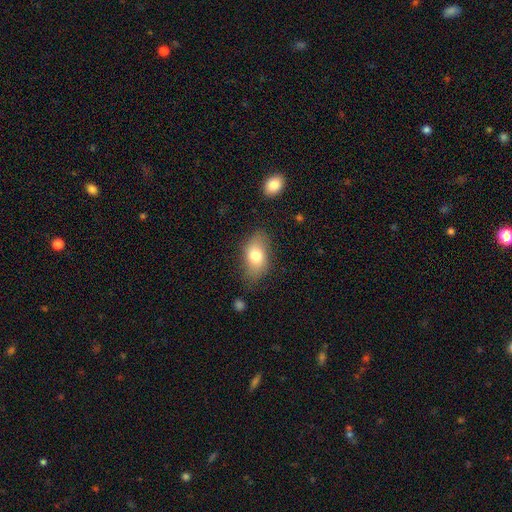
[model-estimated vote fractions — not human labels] This appears to be a smooth galaxy with no disk features (75%) that is in between round and cigar-shaped (89%). Merging: none (75%).